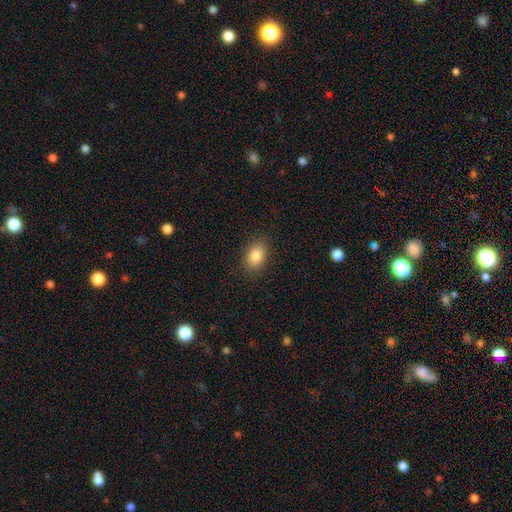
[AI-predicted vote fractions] smooth 85%, star or artifact 9%, featured or disk 6%. Down the decision tree: how rounded — in between (80%); merging — none (87%).